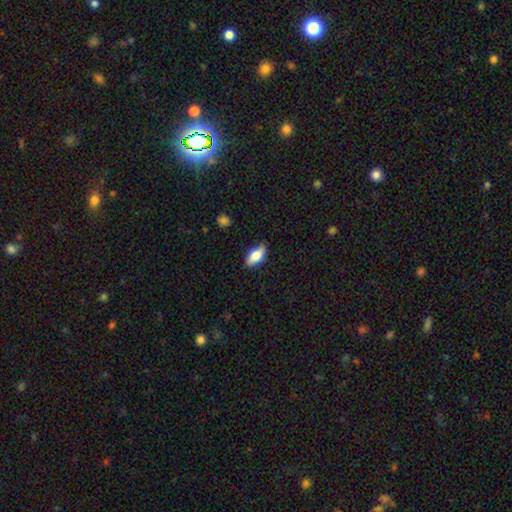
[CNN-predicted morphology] Smooth or featured? smooth (74%)
How rounded? in between (86%)
Merging? none (78%)